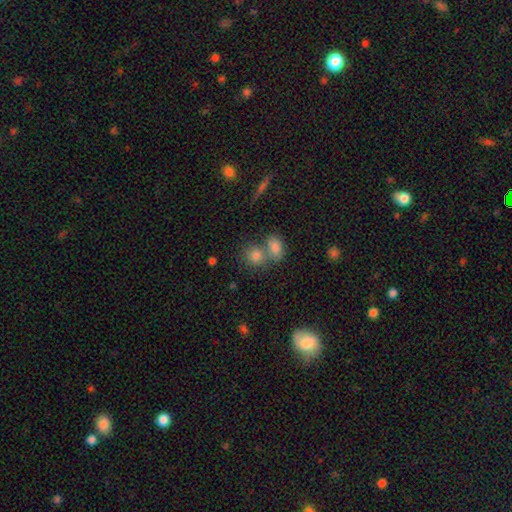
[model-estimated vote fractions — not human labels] A smooth galaxy with no disk features (80%) that is round (58%). Merging: merger (46%).